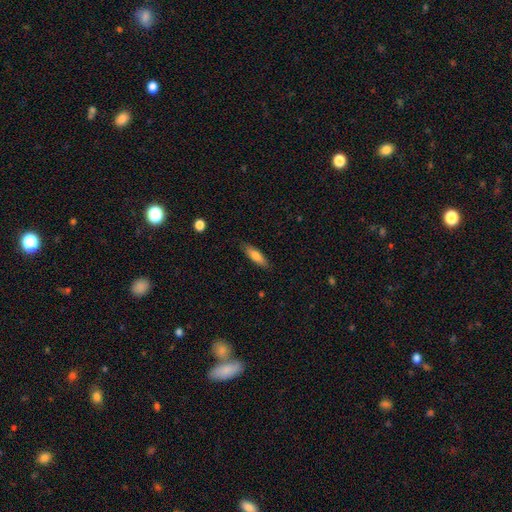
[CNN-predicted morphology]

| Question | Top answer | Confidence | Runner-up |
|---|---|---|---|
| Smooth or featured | smooth | 73% | featured or disk (21%) |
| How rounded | cigar-shaped | 62% | in between (36%) |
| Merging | none | 84% | minor disturbance (12%) |